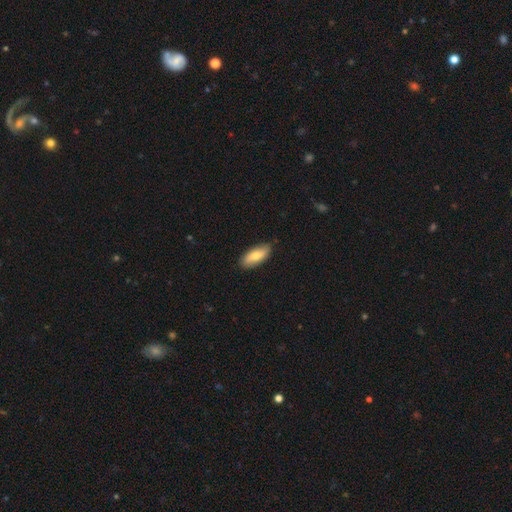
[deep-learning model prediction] Smooth or featured?
  - smooth: 75% *
  - featured or disk: 19%
  - star or artifact: 5%
How rounded?
  - in between: 83% *
  - cigar-shaped: 15%
  - round: 2%
Merging?
  - none: 87% *
  - minor disturbance: 11%
  - major disturbance: 2%
  - merger: 1%